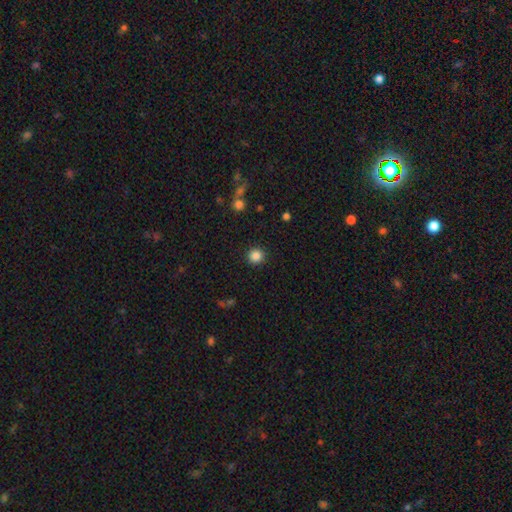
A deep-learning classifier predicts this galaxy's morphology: smooth 86%, star or artifact 11%, featured or disk 4%. Down the decision tree: how rounded — round (94%); merging — none (91%).